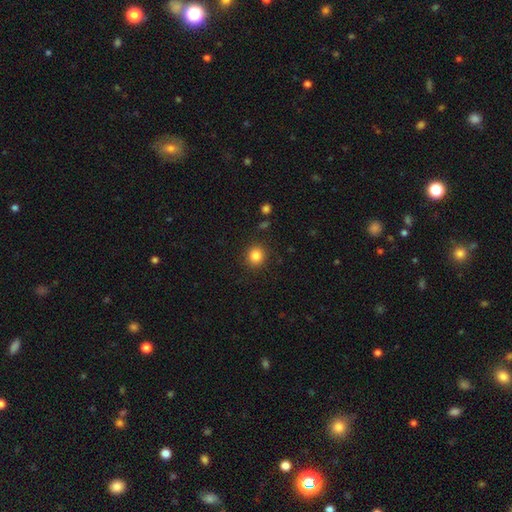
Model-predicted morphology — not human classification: Smooth or featured? Predicted: smooth (p=0.84). How rounded? Predicted: round (p=0.90). Merging? Predicted: none (p=0.89).